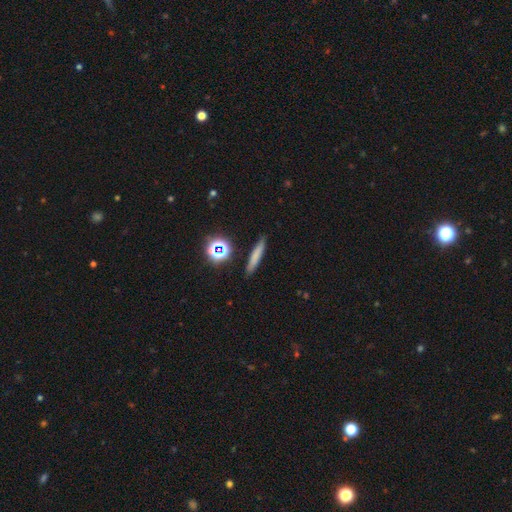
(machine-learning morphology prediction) type=smooth (69%); roundness=cigar-shaped (87%); merging=none (87%).